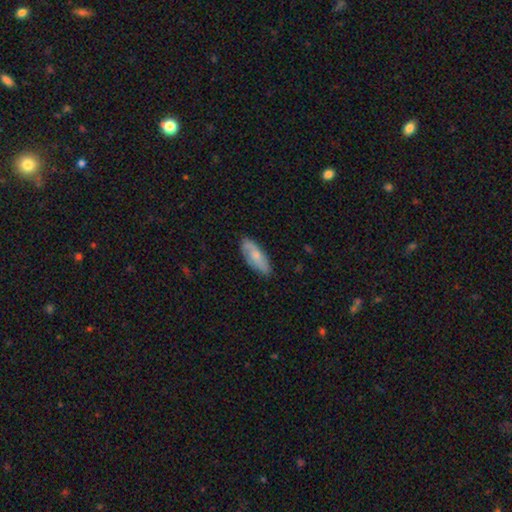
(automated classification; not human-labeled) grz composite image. It shows a smooth galaxy with no disk features (63%) that is in between round and cigar-shaped (73%). Merging: none (79%).